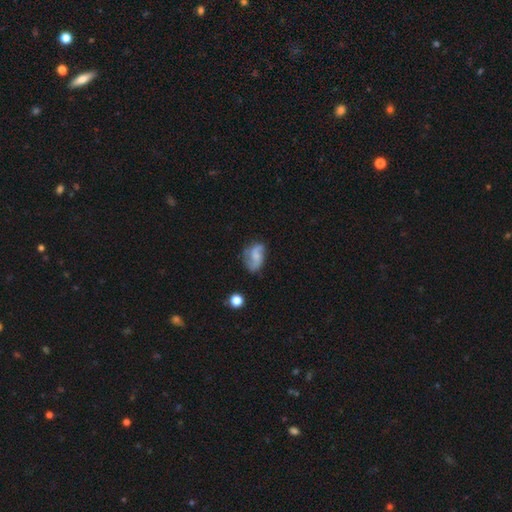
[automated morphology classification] This is possibly a featured or disk galaxy (60%). It is clearly not viewed edge-on (97%). Bar: possibly no (60%). Spiral arm pattern: clearly yes (89%). Spiral arm count: likely 2 (80%). Spiral winding: possibly loose (51%). Central bulge: marginally none (40%). Merging: possibly none (58%).